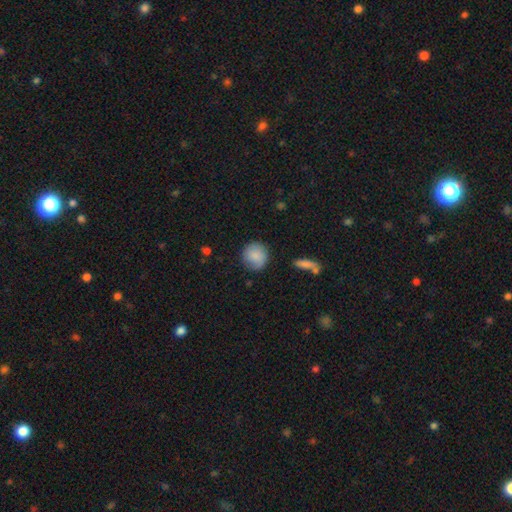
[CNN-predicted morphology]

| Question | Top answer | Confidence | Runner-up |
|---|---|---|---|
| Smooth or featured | smooth | 84% | featured or disk (9%) |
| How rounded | round | 89% | in between (10%) |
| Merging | none | 80% | minor disturbance (14%) |